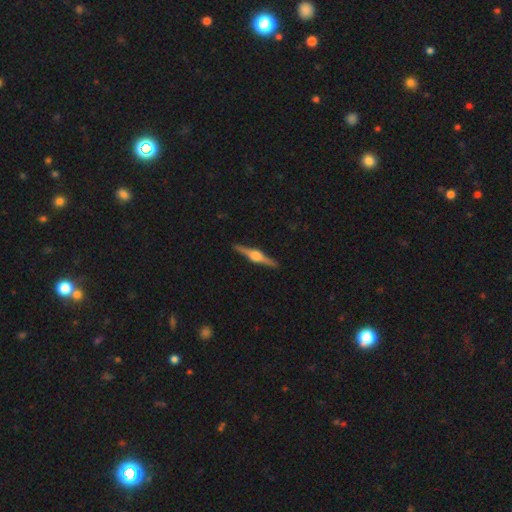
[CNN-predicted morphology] A featured or disk galaxy (83%) viewed edge-on (98%) with a rounded central bulge (91%).

Vote fractions:
- Smooth or featured? featured or disk: 83% / smooth: 12% / star or artifact: 5%
- Edge-on disk? yes: 98% / no: 2%
- Edge-on bulge? rounded: 91% / boxy: 7% / none: 2%
- Merging? none: 92% / minor disturbance: 6% / major disturbance: 1% / merger: 1%